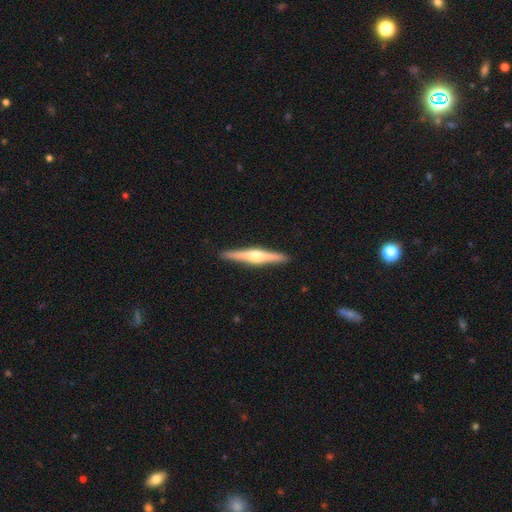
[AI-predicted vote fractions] Smooth or featured? featured or disk (74%)
Edge-on disk? yes (98%)
Edge-on bulge? rounded (90%)
Merging? none (92%)